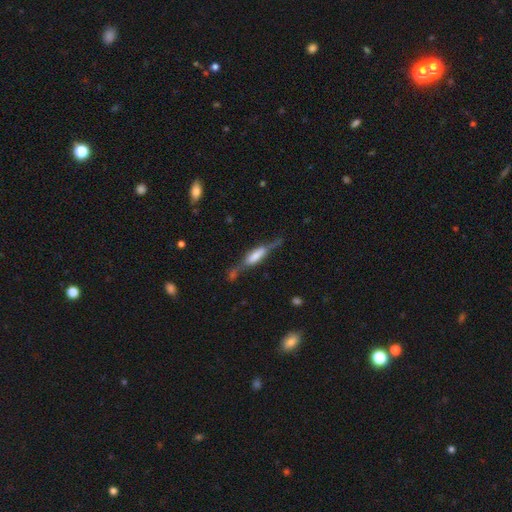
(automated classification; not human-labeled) Q: Smooth or featured?
A: featured or disk (65%); runner-up: smooth (28%)
Q: Edge-on disk?
A: yes (87%); runner-up: no (13%)
Q: Edge-on bulge?
A: boxy (61%); runner-up: rounded (31%)
Q: Merging?
A: none (57%); runner-up: minor disturbance (23%)